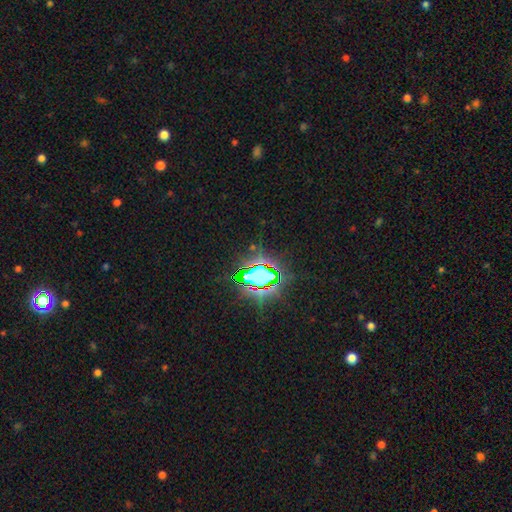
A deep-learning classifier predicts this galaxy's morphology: Smooth or featured? Predicted: star or artifact (p=0.79).